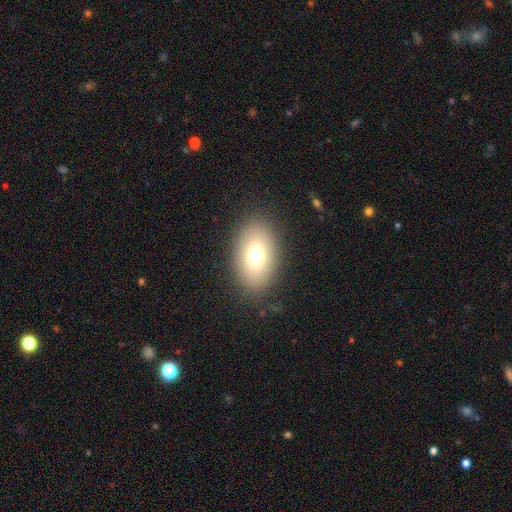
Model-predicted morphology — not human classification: Smooth or featured? smooth (74%)
How rounded? in between (87%)
Merging? none (86%)